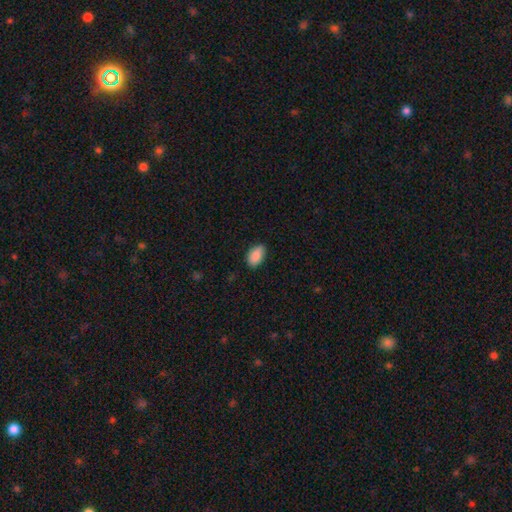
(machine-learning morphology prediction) Smooth or featured?
  - smooth: 90% *
  - star or artifact: 6%
  - featured or disk: 4%
How rounded?
  - in between: 93% *
  - round: 5%
  - cigar-shaped: 2%
Merging?
  - none: 84% *
  - minor disturbance: 13%
  - major disturbance: 2%
  - merger: 1%